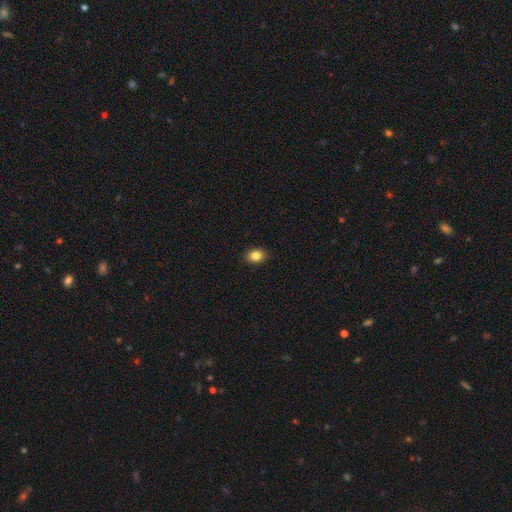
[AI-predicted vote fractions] A smooth galaxy with no disk features (84%) that is in between round and cigar-shaped (65%). Merging: none (90%).